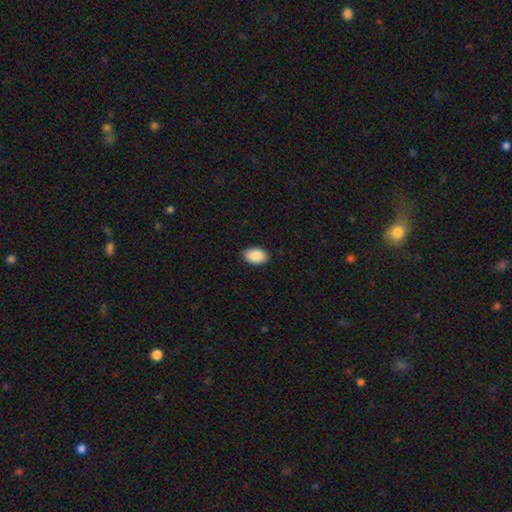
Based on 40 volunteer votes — Smooth or featured? 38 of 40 (95%) said smooth. How rounded? 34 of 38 (89%) said in between. Merging? 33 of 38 (87%) said none.